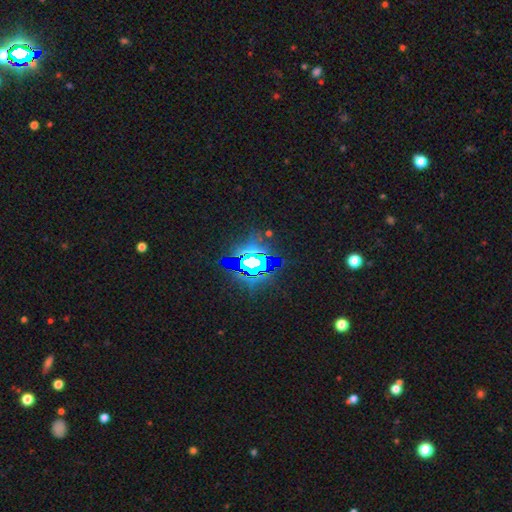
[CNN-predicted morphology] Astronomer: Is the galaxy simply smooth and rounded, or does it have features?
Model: star or artifact — 79%.